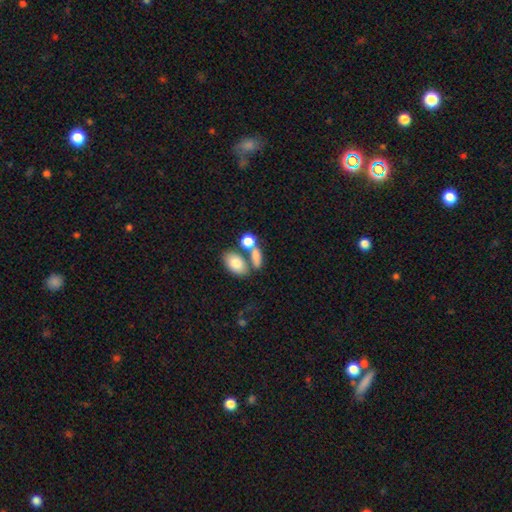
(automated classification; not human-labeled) Overall: smooth (77%). How rounded: in between (76%). Merging: none (42%; merger 41%).